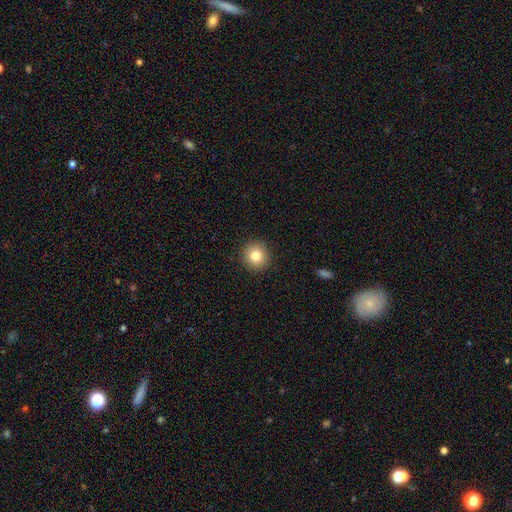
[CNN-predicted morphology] The model was most divided on "smooth or featured": smooth: 82%, star or artifact: 10%, featured or disk: 8%. More confident: how rounded — round (93%); merging — none (92%).